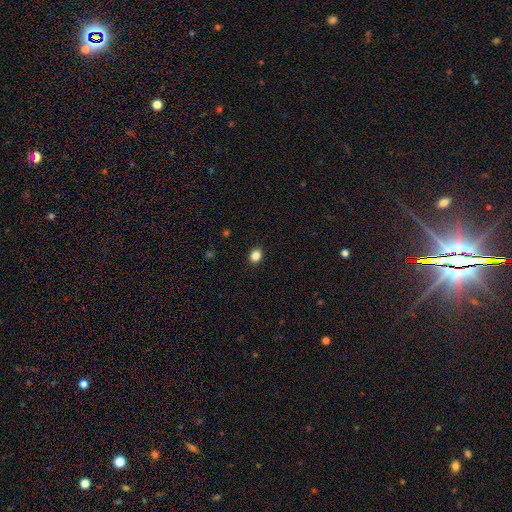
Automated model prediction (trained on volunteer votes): Smooth or featured? Predicted: smooth (p=0.85). How rounded? Predicted: round (p=0.64). Merging? Predicted: none (p=0.91).